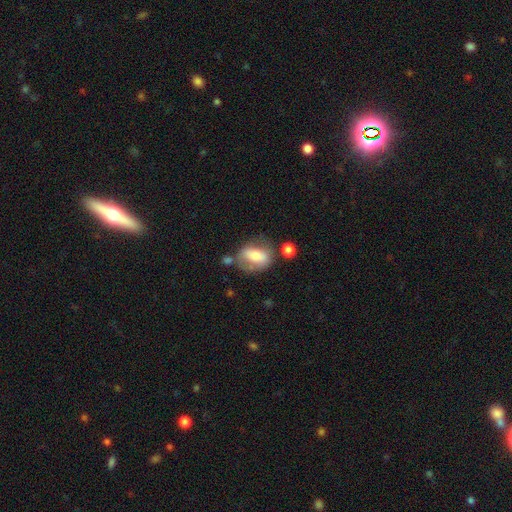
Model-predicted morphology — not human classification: Q: Smooth or featured?
A: smooth (59%); runner-up: featured or disk (34%)
Q: How rounded?
A: in between (74%); runner-up: round (22%)
Q: Merging?
A: none (49%); runner-up: minor disturbance (23%)